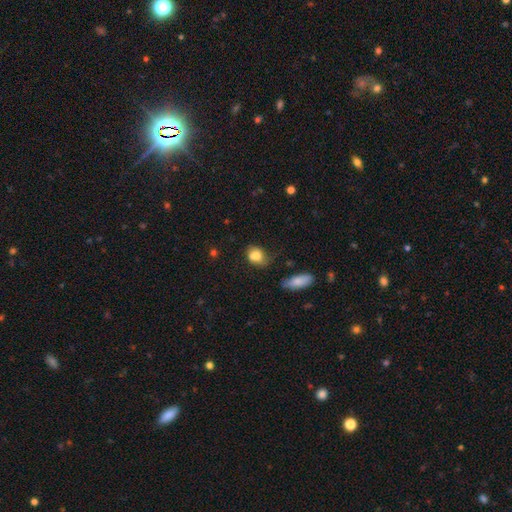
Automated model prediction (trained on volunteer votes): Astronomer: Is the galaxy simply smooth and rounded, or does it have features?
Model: smooth — 78%.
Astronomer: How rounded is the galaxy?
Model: in between — 63%.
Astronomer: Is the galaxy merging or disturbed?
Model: none — 43% (runner-up: minor disturbance, 30%).